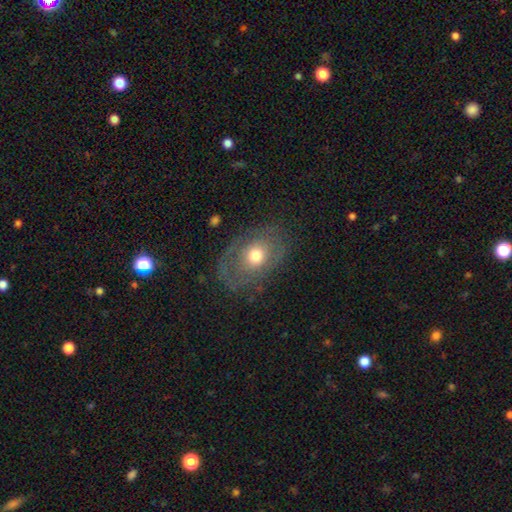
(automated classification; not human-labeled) Q: Smooth or featured?
A: smooth (50%); runner-up: featured or disk (41%)
Q: Merging?
A: none (73%); runner-up: minor disturbance (17%)